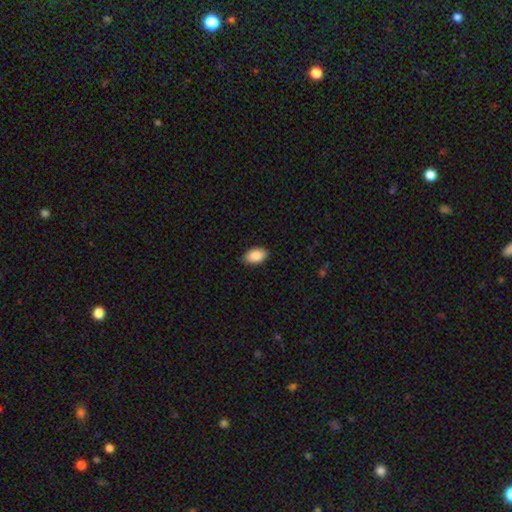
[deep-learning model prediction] Q: Smooth or featured?
A: smooth (89%); runner-up: star or artifact (7%)
Q: How rounded?
A: in between (92%); runner-up: round (7%)
Q: Merging?
A: none (85%); runner-up: minor disturbance (12%)